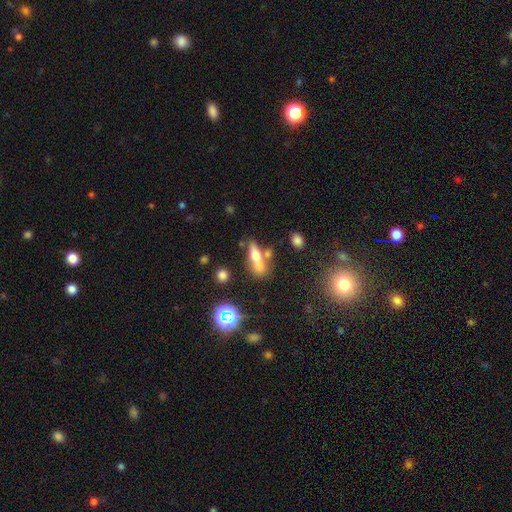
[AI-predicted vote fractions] Smooth or featured?
  - smooth: 47% *
  - featured or disk: 40%
  - star or artifact: 13%
Merging?
  - none: 48% *
  - merger: 31%
  - minor disturbance: 14%
  - major disturbance: 7%